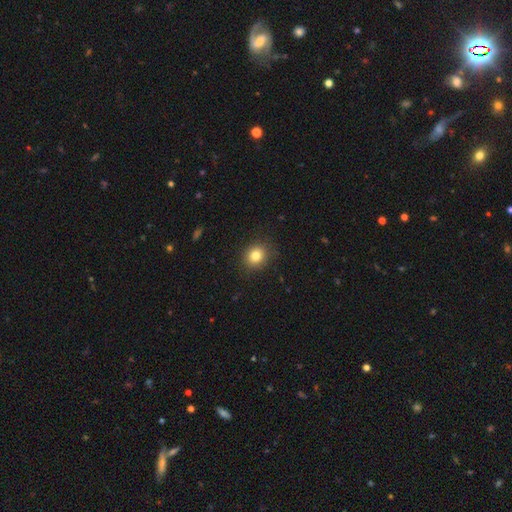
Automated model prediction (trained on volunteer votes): Smooth or featured: smooth — 82% (star or artifact — 11%)
How rounded: round — 73% (in between — 26%)
Merging: none — 88% (minor disturbance — 8%)